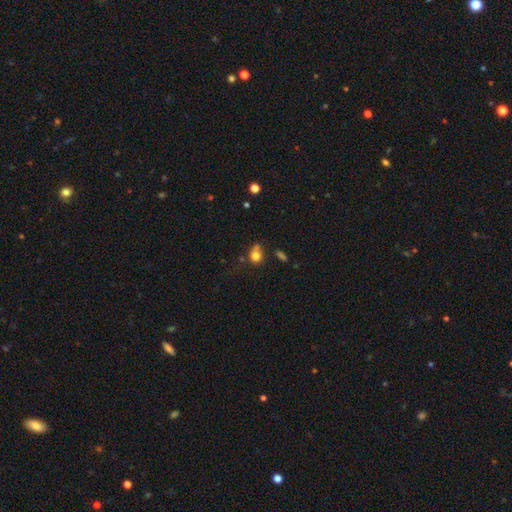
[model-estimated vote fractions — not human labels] Q: Smooth or featured?
A: smooth (76%); runner-up: star or artifact (13%)
Q: How rounded?
A: round (69%); runner-up: in between (29%)
Q: Merging?
A: none (42%); runner-up: minor disturbance (26%)